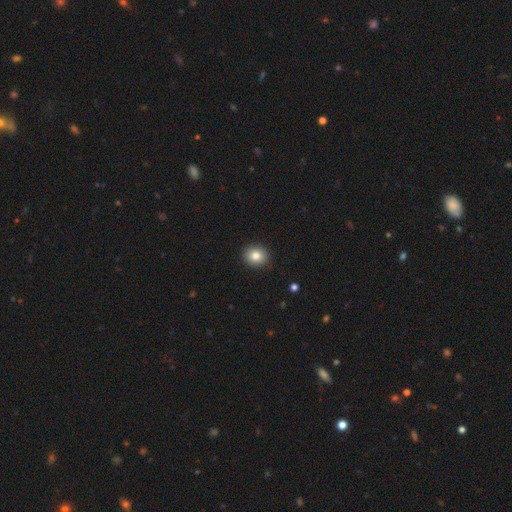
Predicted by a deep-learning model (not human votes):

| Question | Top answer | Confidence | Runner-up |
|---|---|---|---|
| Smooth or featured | smooth | 83% | star or artifact (10%) |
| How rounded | round | 74% | in between (25%) |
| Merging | none | 91% | minor disturbance (6%) |